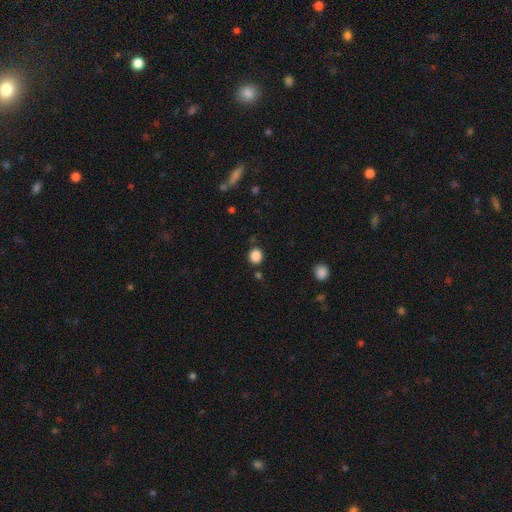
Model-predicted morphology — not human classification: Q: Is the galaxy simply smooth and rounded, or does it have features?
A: smooth — 86%.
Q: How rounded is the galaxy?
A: round — 78%.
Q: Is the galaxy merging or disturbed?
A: none — 84%.